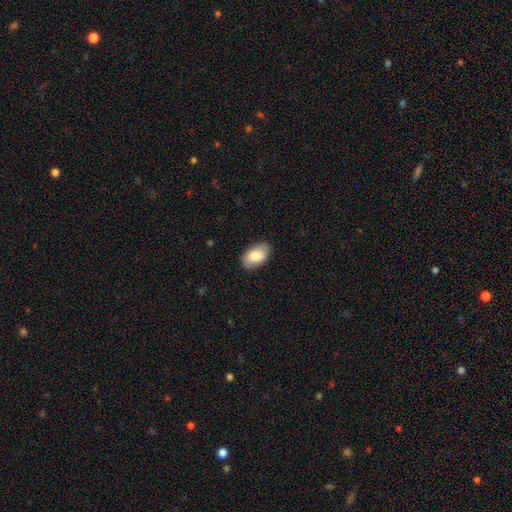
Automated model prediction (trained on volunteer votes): This is clearly a smooth galaxy (83%). How rounded: clearly in between (94%). Merging: clearly none (86%).